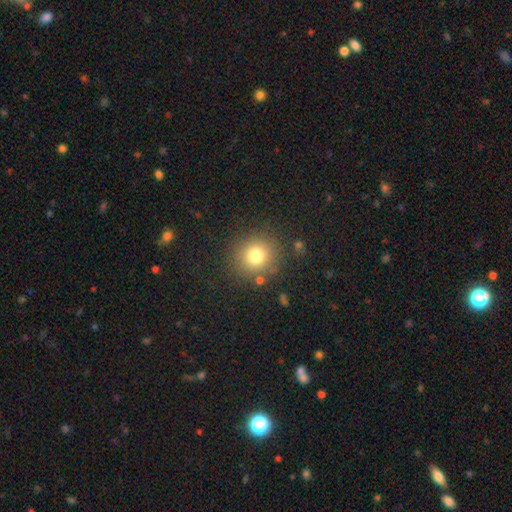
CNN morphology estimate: This appears to be a smooth galaxy with no disk features (76%) that is round (90%). Merging: none (84%).